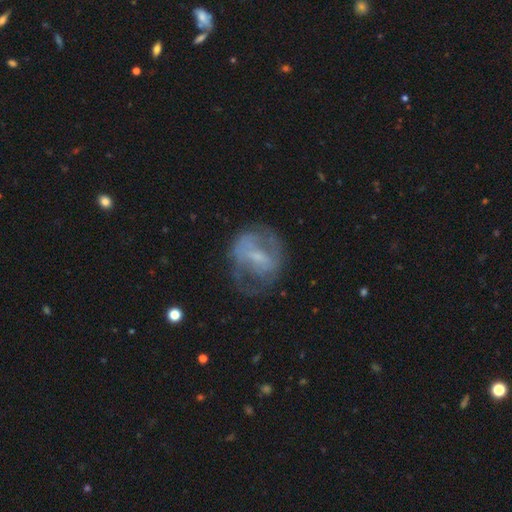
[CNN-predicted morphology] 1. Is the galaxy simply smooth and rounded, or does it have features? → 63% featured or disk, 28% smooth, 9% star or artifact.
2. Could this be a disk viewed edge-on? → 96% no, 4% yes.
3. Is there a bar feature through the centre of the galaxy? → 45% weak, 30% no, 24% strong.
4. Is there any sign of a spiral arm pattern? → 55% yes, 45% no.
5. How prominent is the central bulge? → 51% small, 23% moderate, 22% none, 3% large, 1% dominant.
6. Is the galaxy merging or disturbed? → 56% none, 22% minor disturbance, 20% major disturbance, 2% merger.